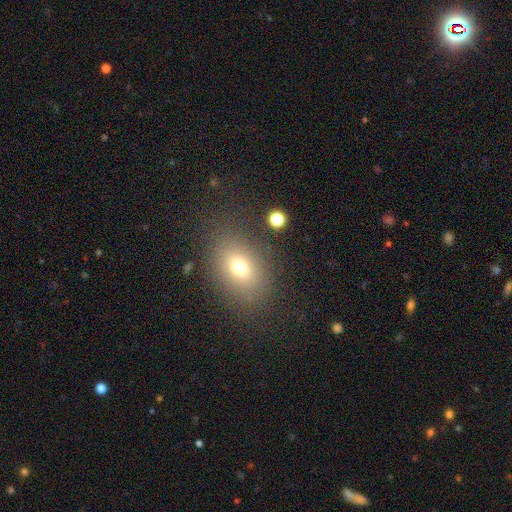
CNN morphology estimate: A smooth galaxy with no disk features (67%) that is in between round and cigar-shaped (72%). Merging: none (85%).